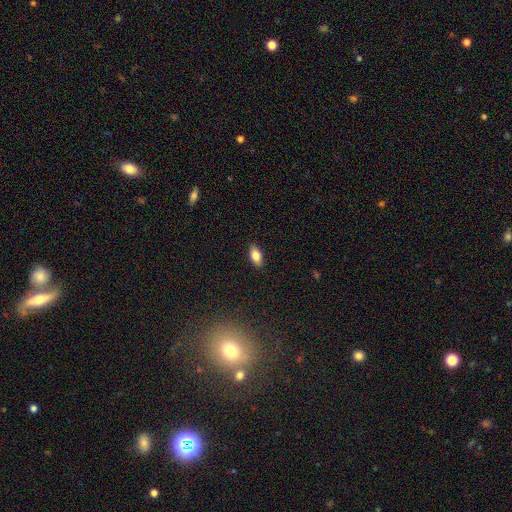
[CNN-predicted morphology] A smooth galaxy with no disk features (81%) that is in between round and cigar-shaped (88%).

Vote fractions:
- Smooth or featured? smooth: 81% / featured or disk: 12% / star or artifact: 8%
- How rounded? in between: 88% / cigar-shaped: 8% / round: 4%
- Merging? none: 89% / minor disturbance: 8% / major disturbance: 2% / merger: 1%